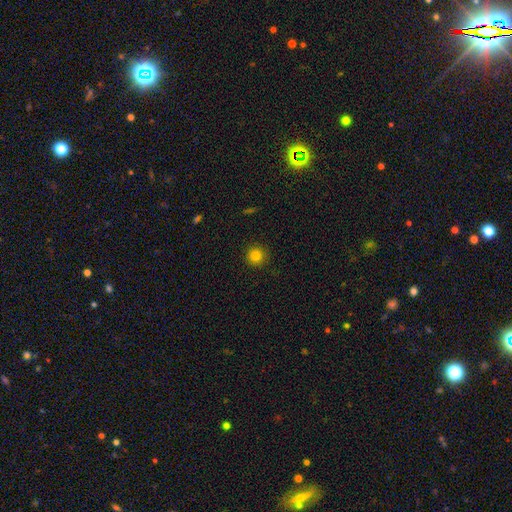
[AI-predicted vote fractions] Smooth or featured: smooth — 82% (star or artifact — 13%)
How rounded: round — 95% (in between — 4%)
Merging: none — 91% (minor disturbance — 6%)